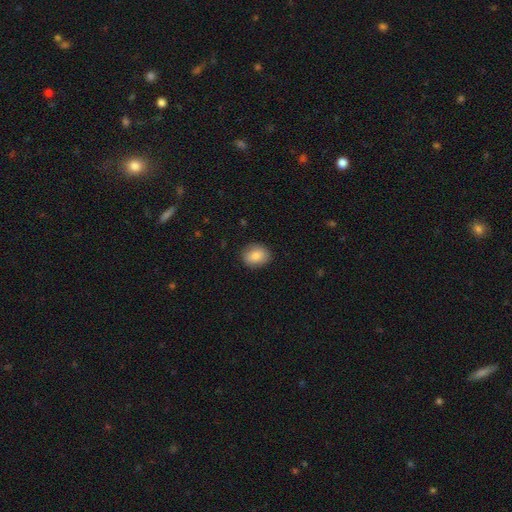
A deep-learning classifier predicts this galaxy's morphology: This appears to be a smooth galaxy with no disk features (83%) that is round (54%). Merging: none (87%).